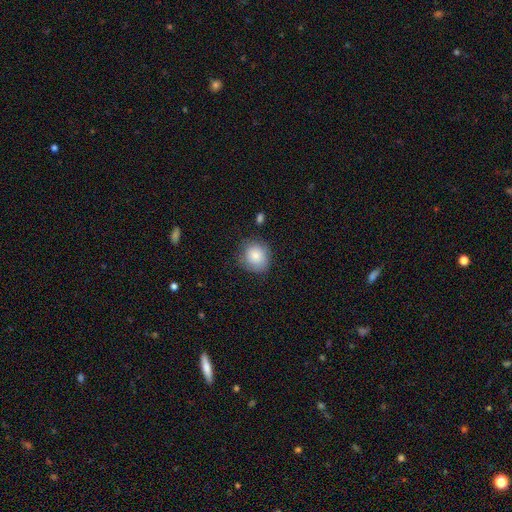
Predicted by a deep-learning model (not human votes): Smooth or featured: smooth — 84% (featured or disk — 8%)
How rounded: round — 79% (in between — 21%)
Merging: none — 75% (minor disturbance — 19%)